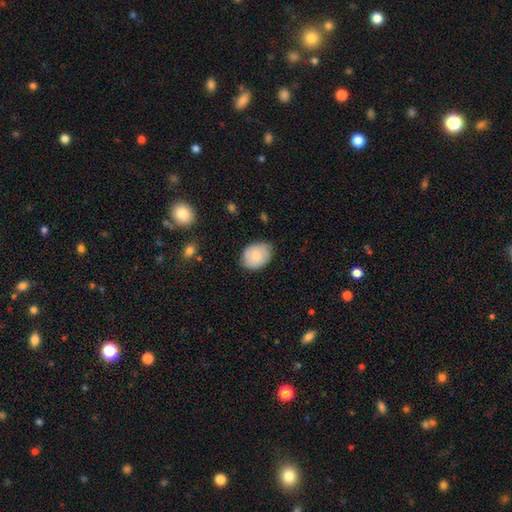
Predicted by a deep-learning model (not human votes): smooth-or-featured: smooth: 74% | featured or disk: 19% | star or artifact: 7%
  how-rounded: in between: 63% | round: 36% | cigar-shaped: 1%
  merging: none: 73% | minor disturbance: 22% | major disturbance: 3% | merger: 1%